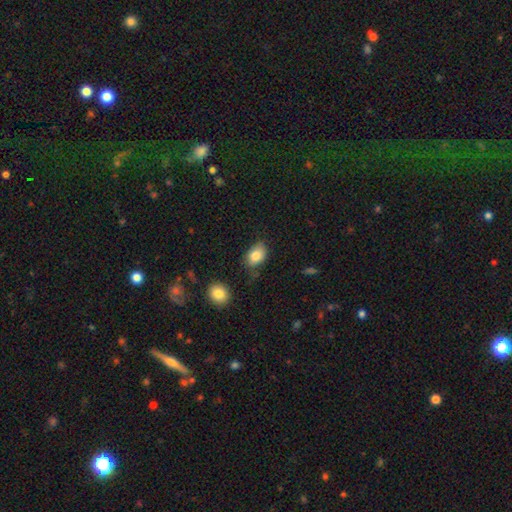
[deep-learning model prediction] A smooth galaxy with no disk features (84%) that is in between round and cigar-shaped (84%).

Vote fractions:
- Smooth or featured? smooth: 84% / featured or disk: 9% / star or artifact: 8%
- How rounded? in between: 84% / round: 14% / cigar-shaped: 1%
- Merging? none: 70% / minor disturbance: 22% / major disturbance: 5% / merger: 4%